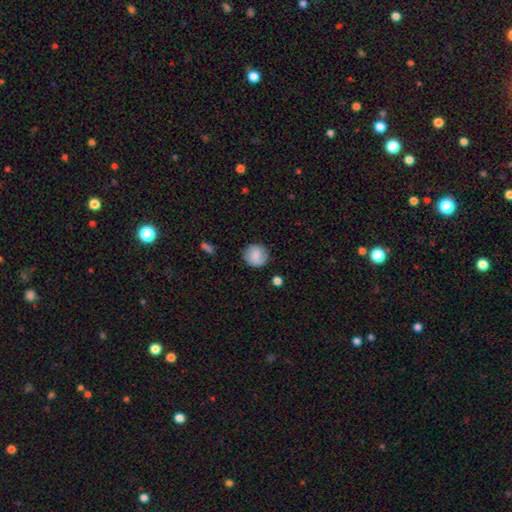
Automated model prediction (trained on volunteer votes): This appears to be a smooth galaxy with no disk features (80%) that is round (91%). Merging: none (84%).